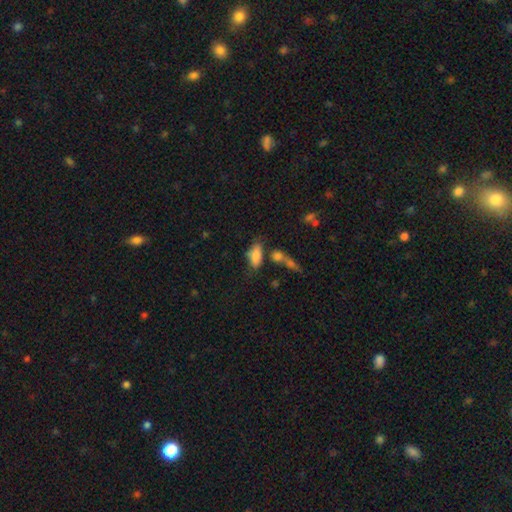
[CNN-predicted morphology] This appears to be a smooth galaxy with no disk features (79%) that is in between round and cigar-shaped (84%). Merging: none (48%).